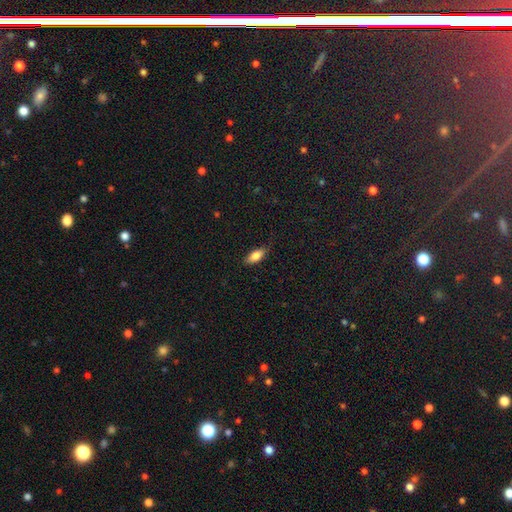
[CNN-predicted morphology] smooth 81%, featured or disk 12%, star or artifact 7%. Down the decision tree: how rounded — in between (81%); merging — none (79%).